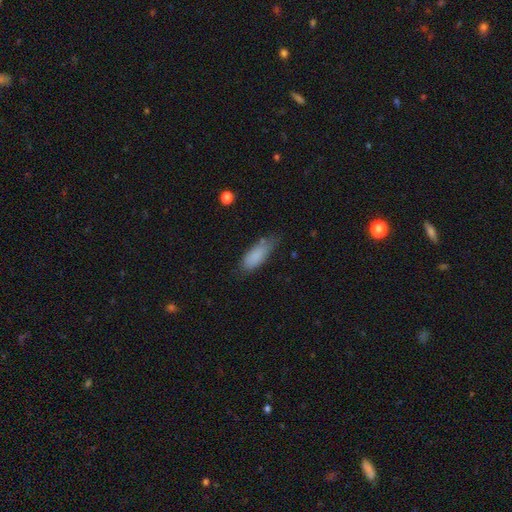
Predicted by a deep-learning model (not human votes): Overall: smooth (84%). How rounded: in between (70%). Merging: none (53%; minor disturbance 34%).